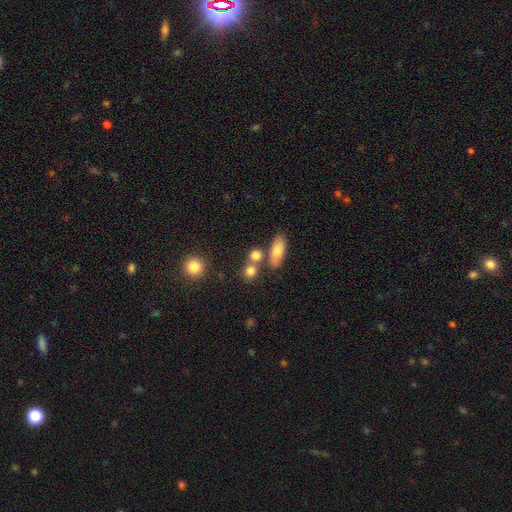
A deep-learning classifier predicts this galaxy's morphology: The model was most divided on "merging": none: 59%, merger: 27%, minor disturbance: 10%, major disturbance: 4%. More confident: smooth or featured — smooth (79%); how rounded — round (67%).